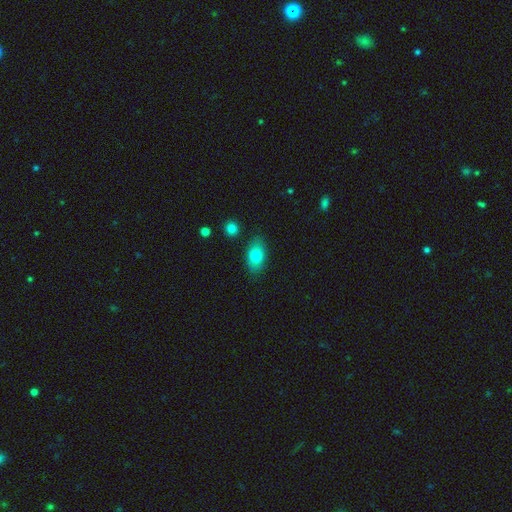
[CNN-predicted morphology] smooth-or-featured: smooth: 78% | featured or disk: 14% | star or artifact: 8%
  how-rounded: in between: 88% | round: 9% | cigar-shaped: 3%
  merging: none: 85% | minor disturbance: 11% | major disturbance: 2% | merger: 2%